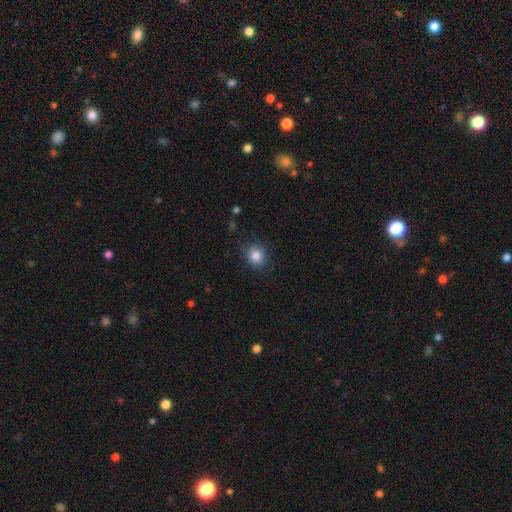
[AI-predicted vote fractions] smooth 85%, star or artifact 10%, featured or disk 5%. Down the decision tree: how rounded — round (77%); merging — none (85%).